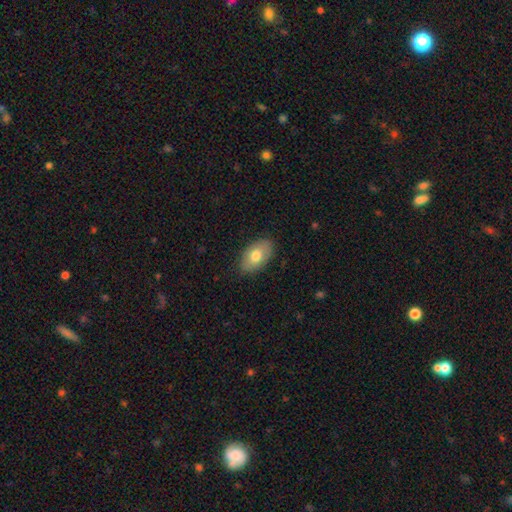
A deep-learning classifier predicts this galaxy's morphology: A smooth galaxy with no disk features (72%) that is in between round and cigar-shaped (93%). Merging: none (84%).